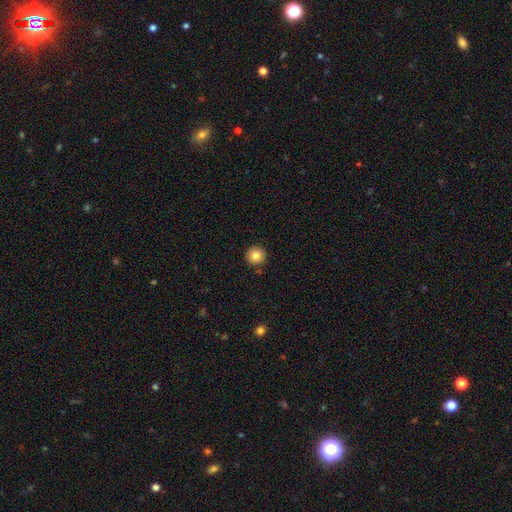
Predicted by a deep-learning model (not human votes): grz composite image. It shows a smooth galaxy with no disk features (83%) that is round (96%). Merging: none (92%).